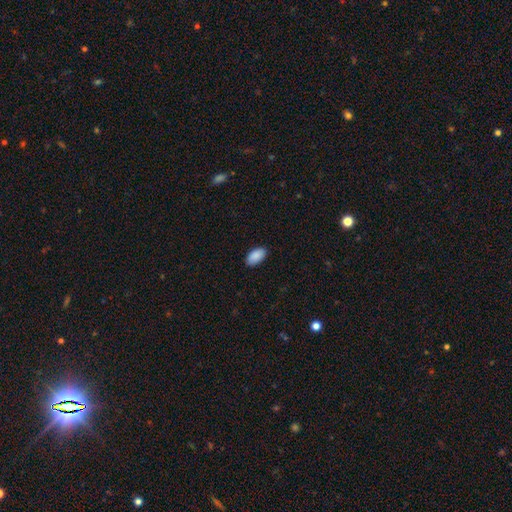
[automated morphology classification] This appears to be a smooth galaxy with no disk features (90%) that is in between round and cigar-shaped (96%). Merging: none (88%).